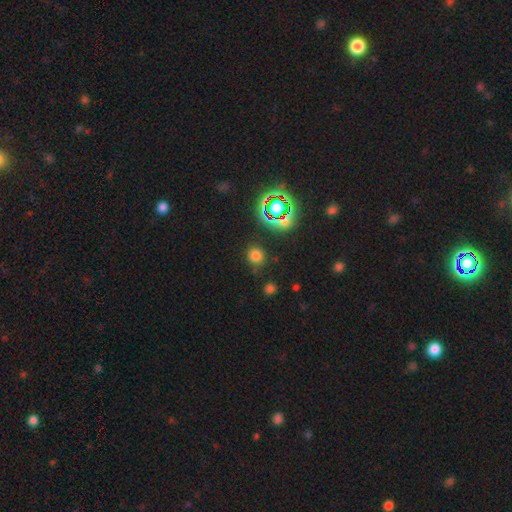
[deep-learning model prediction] Overall: smooth (69%). How rounded: round (86%). Merging: none (83%).